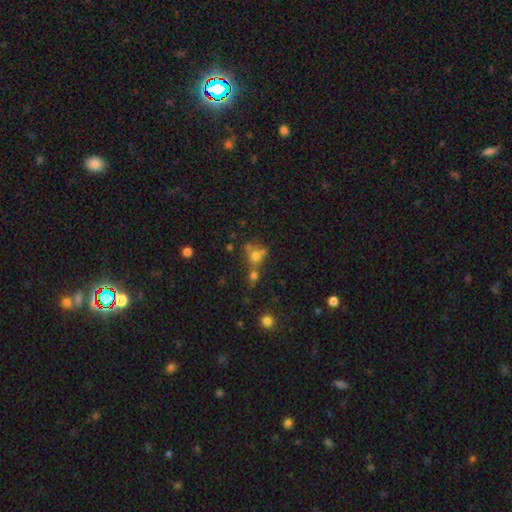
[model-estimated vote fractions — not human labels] This is likely a smooth galaxy (67%). How rounded: likely round (75%). Merging: possibly merger (46%).